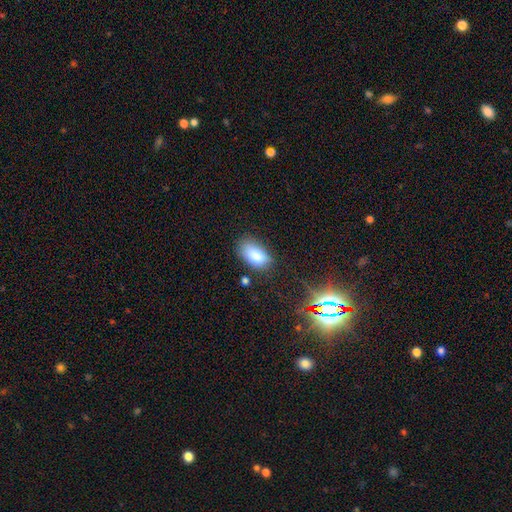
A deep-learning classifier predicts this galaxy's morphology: smooth_or_featured: smooth (p=0.84) [alt: star or artifact p=0.09]
how_rounded: in between (p=0.93) [alt: round p=0.05]
merging: none (p=0.73) [alt: minor disturbance p=0.19]